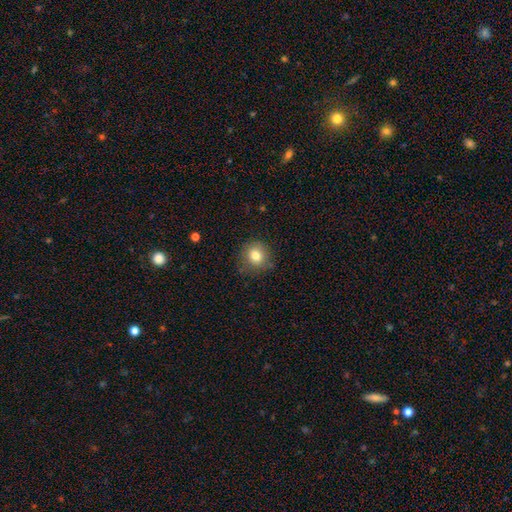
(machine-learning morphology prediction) Smooth or featured?
  - smooth: 80% *
  - star or artifact: 11%
  - featured or disk: 9%
How rounded?
  - round: 87% *
  - in between: 12%
  - cigar-shaped: 1%
Merging?
  - none: 81% *
  - minor disturbance: 14%
  - major disturbance: 4%
  - merger: 1%